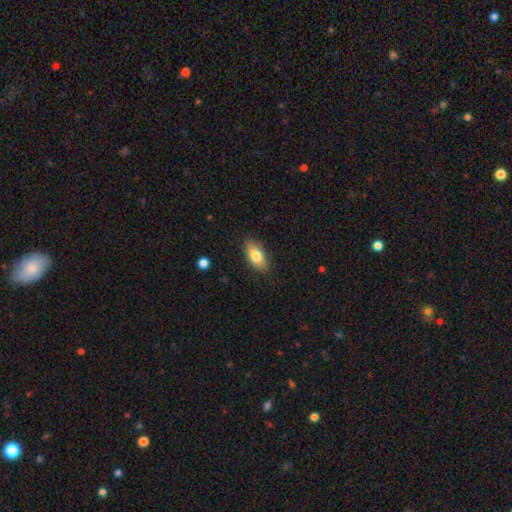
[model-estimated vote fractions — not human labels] Morphology: type=smooth (78%); roundness=in between (87%); merging=none (85%).